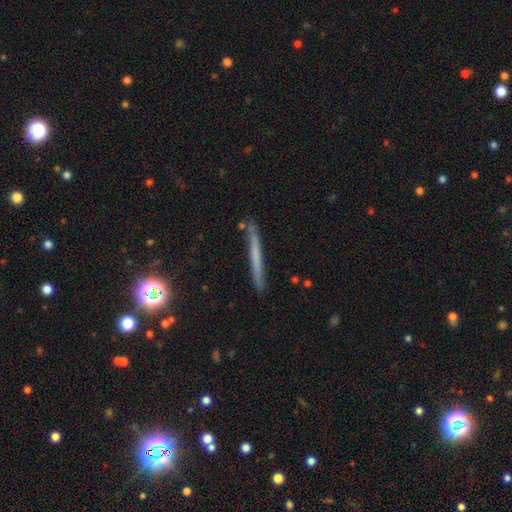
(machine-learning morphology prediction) The model was most divided on "smooth or featured": smooth: 48%, featured or disk: 42%, star or artifact: 10%. More confident: merging — none (86%).